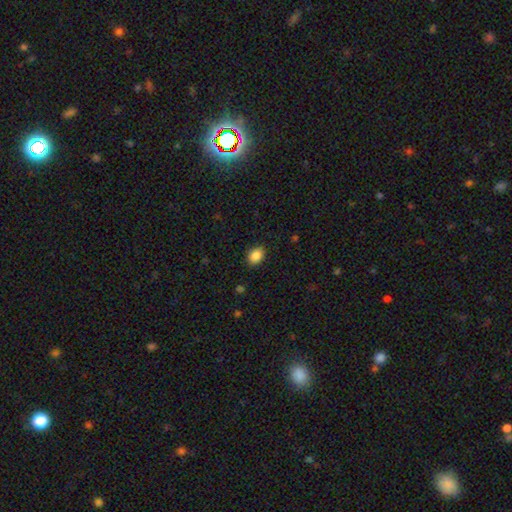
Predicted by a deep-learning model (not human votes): A smooth galaxy with no disk features (88%) that is in between round and cigar-shaped (68%).

Vote fractions:
- Smooth or featured? smooth: 88% / star or artifact: 9% / featured or disk: 4%
- How rounded? in between: 68% / round: 31% / cigar-shaped: 1%
- Merging? none: 88% / minor disturbance: 9% / major disturbance: 2% / merger: 1%